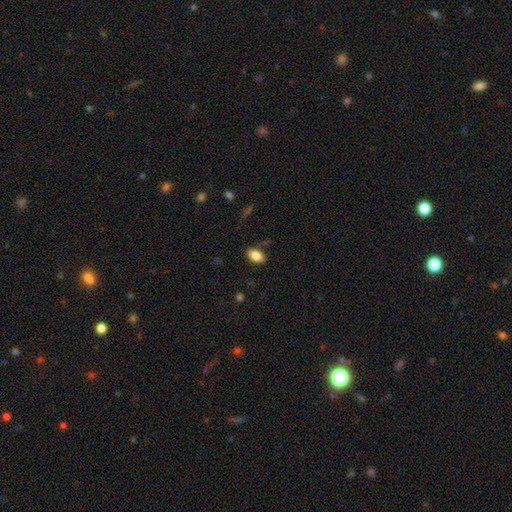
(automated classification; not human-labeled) A smooth galaxy with no disk features (84%) that is in between round and cigar-shaped (92%). Merging: none (82%).